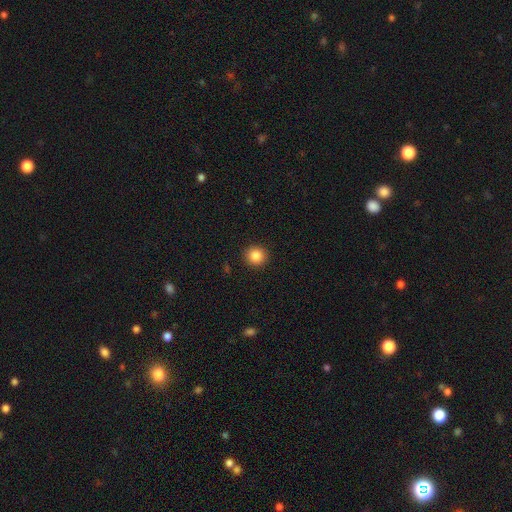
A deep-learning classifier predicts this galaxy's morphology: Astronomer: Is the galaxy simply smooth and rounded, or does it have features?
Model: smooth — 86%.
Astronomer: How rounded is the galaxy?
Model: round — 92%.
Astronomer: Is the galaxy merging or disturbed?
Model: none — 92%.